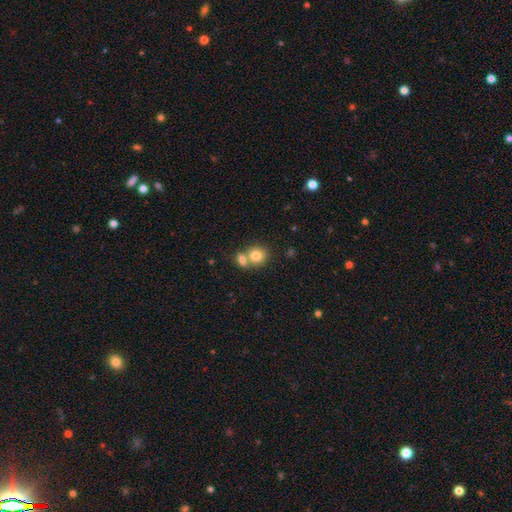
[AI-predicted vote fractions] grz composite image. It shows a smooth galaxy with no disk features (79%) that is round (73%). Merging: merger (48%).